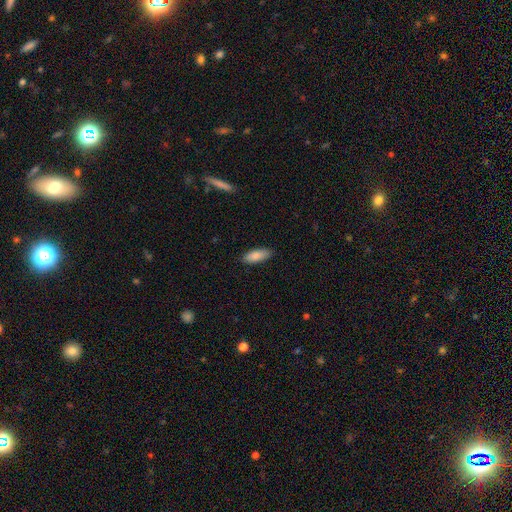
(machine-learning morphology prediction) This is clearly a smooth galaxy (87%). How rounded: likely in between (71%). Merging: clearly none (87%).